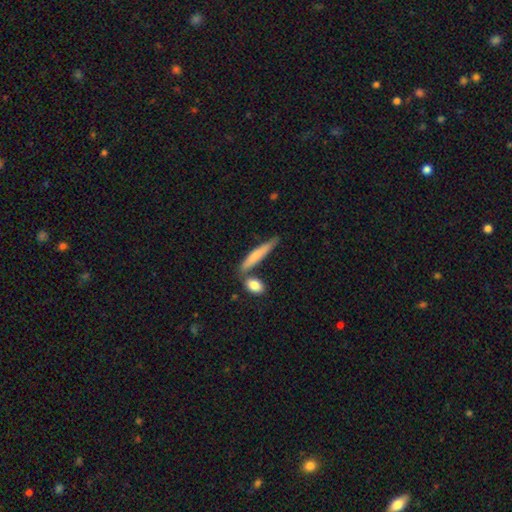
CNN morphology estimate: smooth 70%, featured or disk 25%, star or artifact 6%. Down the decision tree: how rounded — cigar-shaped (86%); merging — none (62%).